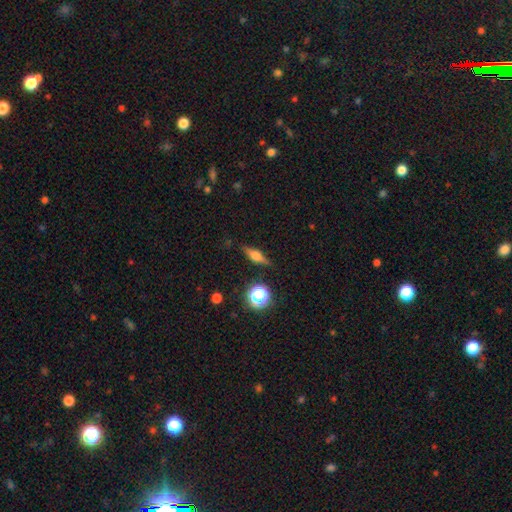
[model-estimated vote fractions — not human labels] Smooth or featured: featured or disk — 58% (smooth — 31%)
Edge-on disk: yes — 96% (no — 4%)
Edge-on bulge: rounded — 87% (boxy — 10%)
Merging: none — 86% (minor disturbance — 10%)